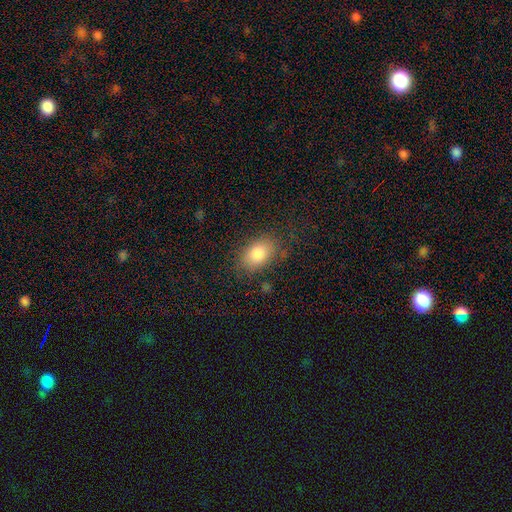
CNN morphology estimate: smooth-or-featured: smooth: 82% | star or artifact: 10% | featured or disk: 8%
  how-rounded: in between: 82% | round: 17% | cigar-shaped: 2%
  merging: none: 78% | minor disturbance: 15% | major disturbance: 5% | merger: 2%